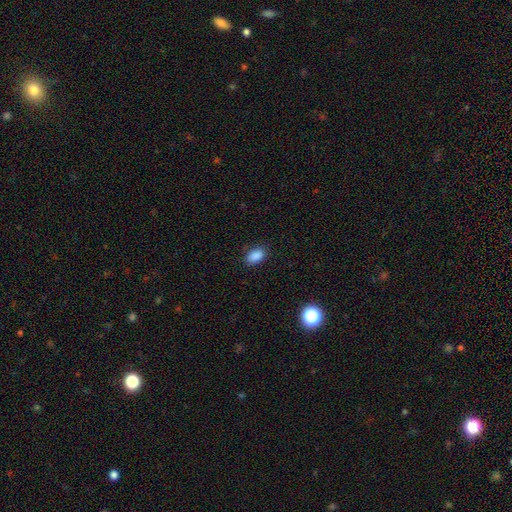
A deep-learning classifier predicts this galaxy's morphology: smooth 88%, star or artifact 9%, featured or disk 3%. Down the decision tree: how rounded — in between (89%); merging — none (85%).